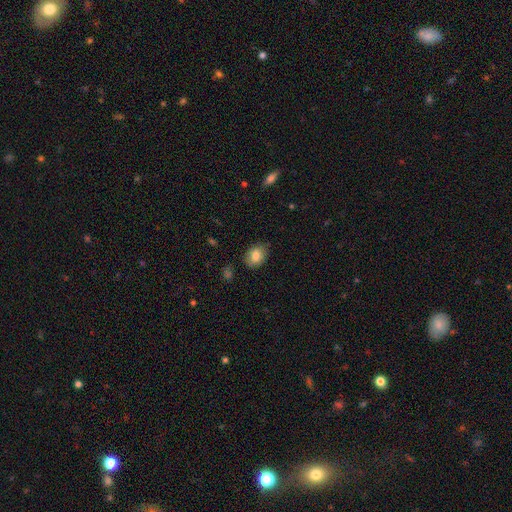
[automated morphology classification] Overall: smooth (81%). How rounded: in between (63%; round 36%). Merging: none (81%).